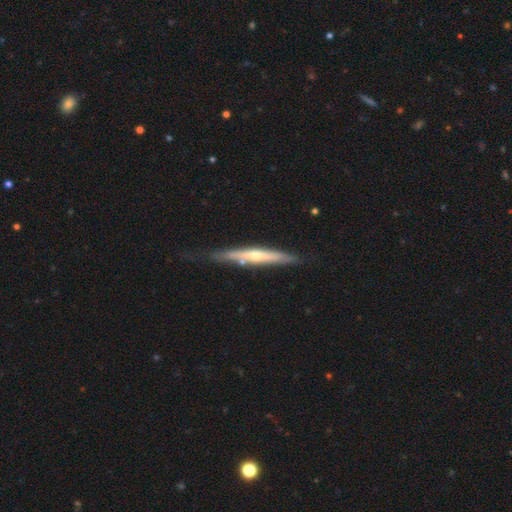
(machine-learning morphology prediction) A featured or disk galaxy (67%) viewed edge-on (91%) with a rounded central bulge (72%). Merging: none (74%).